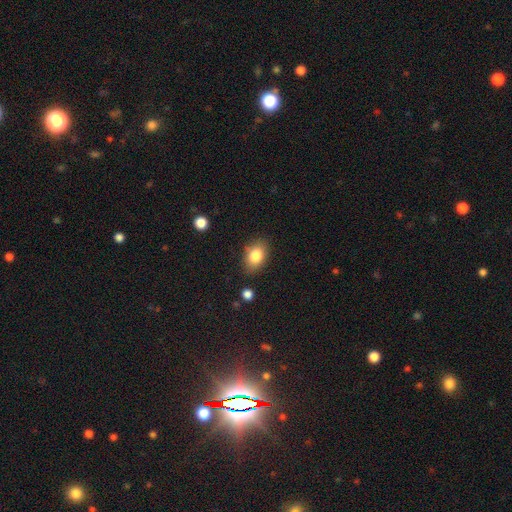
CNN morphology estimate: The model was most divided on "merging": none: 79%, minor disturbance: 15%, major disturbance: 3%, merger: 3%. More confident: smooth or featured — smooth (83%); how rounded — in between (83%).